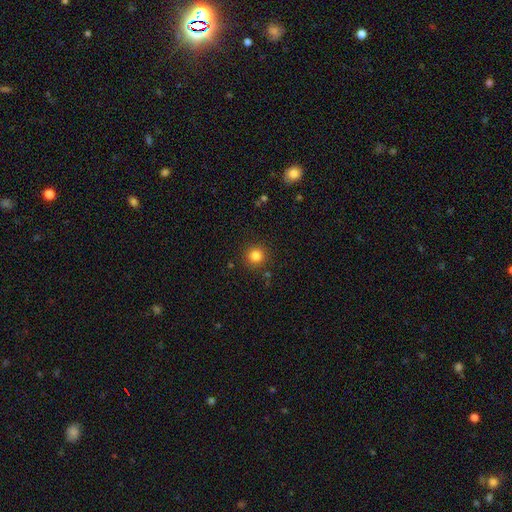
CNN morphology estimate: Q: Smooth or featured?
A: smooth (83%); runner-up: star or artifact (12%)
Q: How rounded?
A: round (94%); runner-up: in between (5%)
Q: Merging?
A: none (89%); runner-up: minor disturbance (7%)